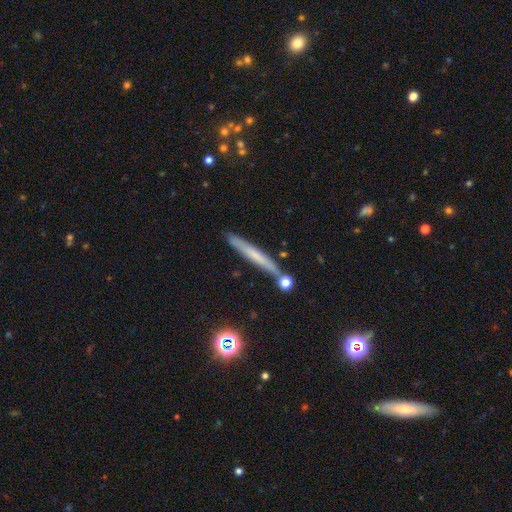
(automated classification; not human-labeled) Overall: smooth (54%; featured or disk 36%). How rounded: cigar-shaped (96%). Merging: none (81%).